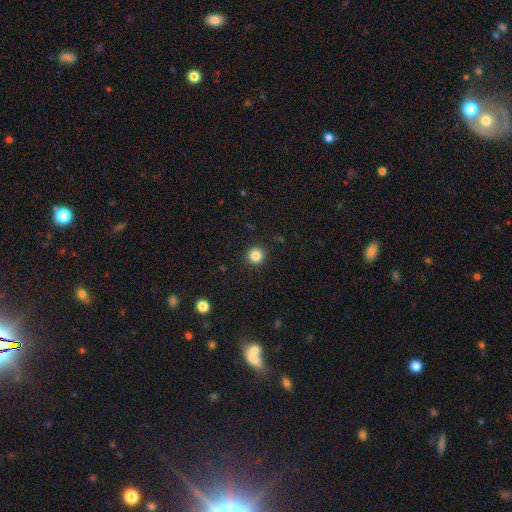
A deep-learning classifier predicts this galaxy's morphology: A smooth galaxy with no disk features (84%) that is round (95%).

Vote fractions:
- Smooth or featured? smooth: 84% / star or artifact: 11% / featured or disk: 4%
- How rounded? round: 95% / in between: 4% / cigar-shaped: 1%
- Merging? none: 92% / minor disturbance: 5% / major disturbance: 2% / merger: 1%